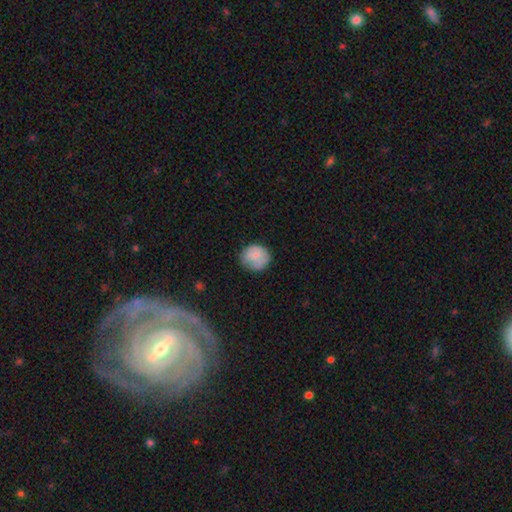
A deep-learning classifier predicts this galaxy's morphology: Smooth or featured: smooth — 76% (featured or disk — 16%)
How rounded: round — 84% (in between — 15%)
Merging: none — 73% (minor disturbance — 21%)